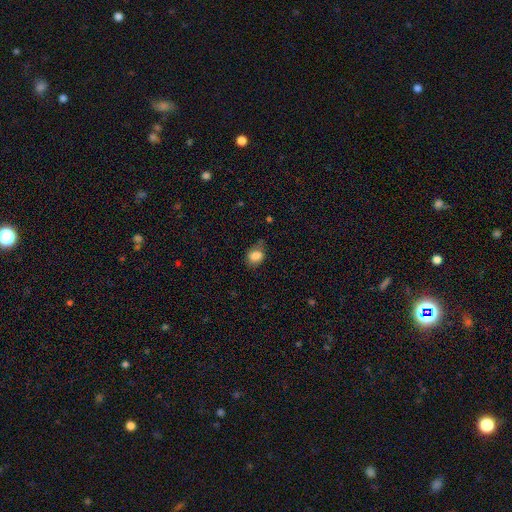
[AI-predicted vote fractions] A smooth galaxy with no disk features (82%) that is in between round and cigar-shaped (53%).

Vote fractions:
- Smooth or featured? smooth: 82% / star or artifact: 9% / featured or disk: 8%
- How rounded? in between: 53% / round: 46% / cigar-shaped: 1%
- Merging? none: 60% / minor disturbance: 30% / major disturbance: 8% / merger: 2%